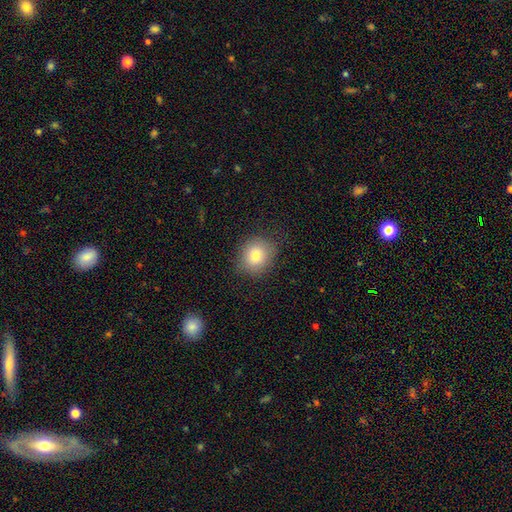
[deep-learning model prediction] Smooth or featured?
  - smooth: 78% *
  - featured or disk: 11%
  - star or artifact: 11%
How rounded?
  - round: 76% *
  - in between: 23%
  - cigar-shaped: 1%
Merging?
  - none: 81% *
  - minor disturbance: 14%
  - major disturbance: 4%
  - merger: 1%